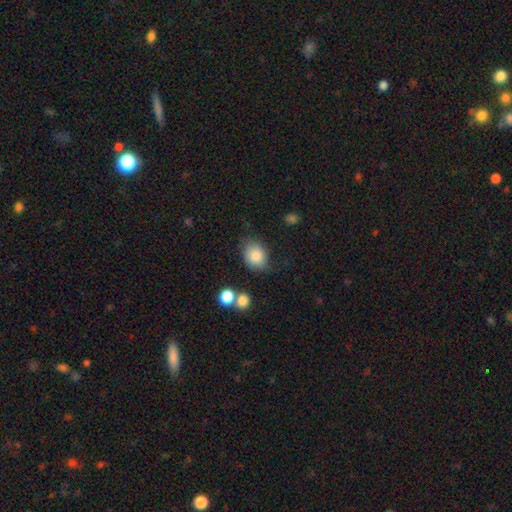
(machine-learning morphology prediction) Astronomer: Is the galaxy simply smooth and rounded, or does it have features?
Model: smooth — 83%.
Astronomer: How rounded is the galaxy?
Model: in between — 56% (runner-up: round, 43%).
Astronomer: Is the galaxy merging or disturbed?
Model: none — 69%.